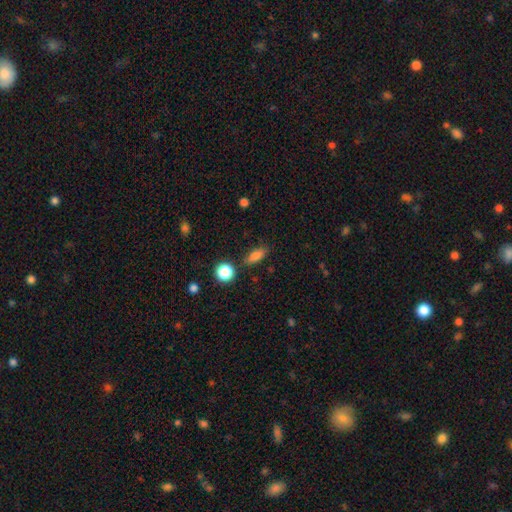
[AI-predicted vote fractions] This is clearly a smooth galaxy (82%). How rounded: likely in between (71%). Merging: clearly none (82%).